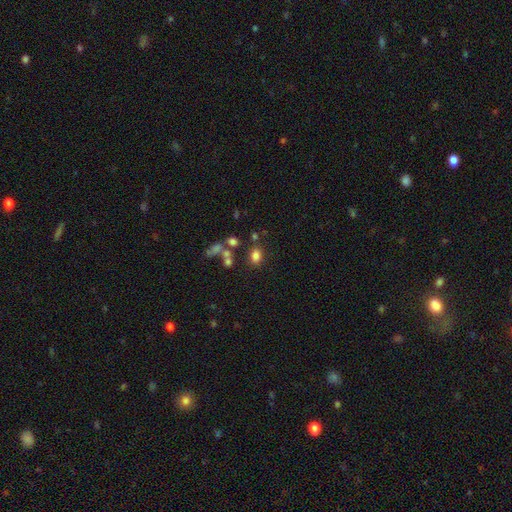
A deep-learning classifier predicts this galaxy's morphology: Smooth or featured? Predicted: smooth (p=0.77). How rounded? Predicted: in between (p=0.69). Merging? Predicted: none (p=0.71).